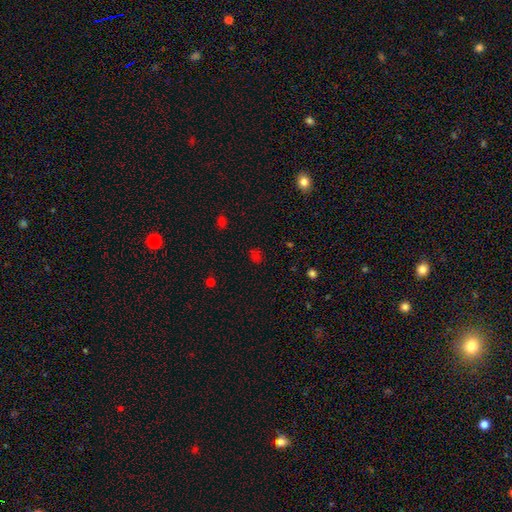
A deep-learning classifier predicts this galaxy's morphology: smooth_or_featured: smooth (p=0.57) [alt: star or artifact p=0.37]
how_rounded: round (p=0.61) [alt: in between p=0.37]
merging: none (p=0.77) [alt: minor disturbance p=0.13]